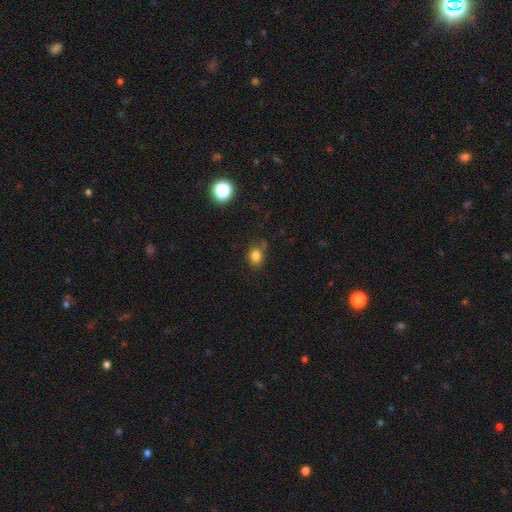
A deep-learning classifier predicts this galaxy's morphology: A smooth galaxy with no disk features (81%) that is round (54%).

Vote fractions:
- Smooth or featured? smooth: 81% / star or artifact: 13% / featured or disk: 6%
- How rounded? round: 54% / in between: 45% / cigar-shaped: 1%
- Merging? none: 72% / minor disturbance: 18% / merger: 6% / major disturbance: 5%